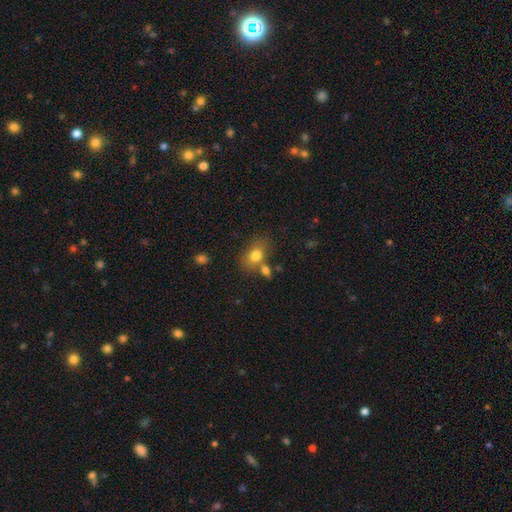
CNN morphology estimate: A smooth galaxy with no disk features (78%) that is in between round and cigar-shaped (79%). Merging: none (54%).